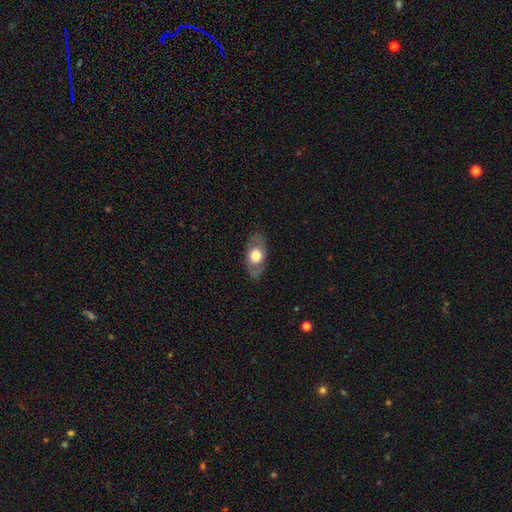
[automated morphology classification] A smooth galaxy with no disk features (47%, tied with featured or disk). Merging: none (83%).